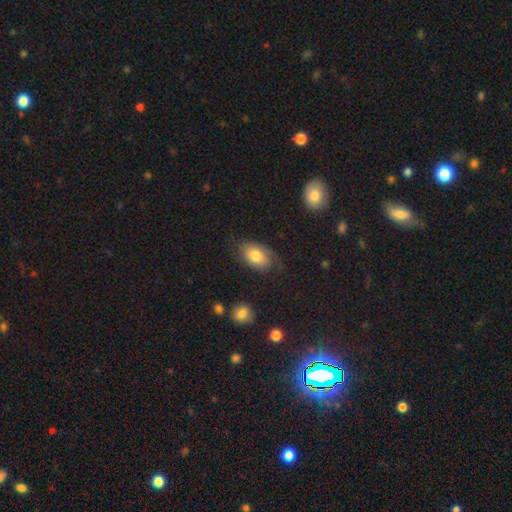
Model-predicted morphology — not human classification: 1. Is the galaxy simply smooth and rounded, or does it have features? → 69% smooth, 24% featured or disk, 8% star or artifact.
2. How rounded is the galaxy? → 90% in between, 9% round, 2% cigar-shaped.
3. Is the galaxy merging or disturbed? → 63% none, 24% minor disturbance, 11% major disturbance, 2% merger.